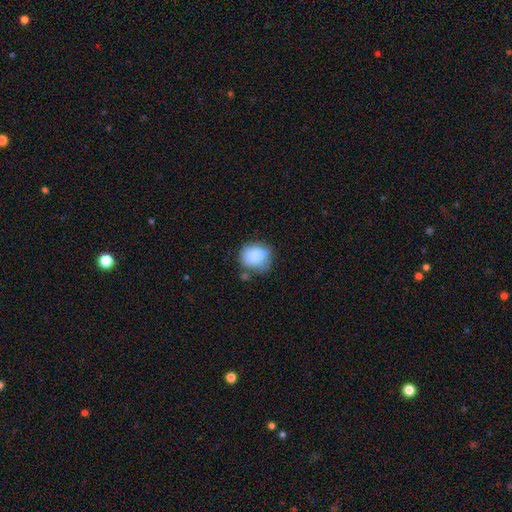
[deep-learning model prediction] A smooth galaxy with no disk features (81%) that is round (72%).

Vote fractions:
- Smooth or featured? smooth: 81% / featured or disk: 11% / star or artifact: 8%
- How rounded? round: 72% / in between: 27% / cigar-shaped: 1%
- Merging? none: 62% / minor disturbance: 25% / merger: 7% / major disturbance: 7%